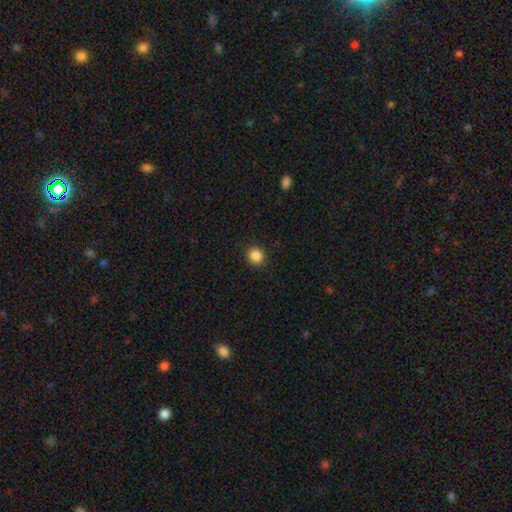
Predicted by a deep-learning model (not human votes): A smooth galaxy with no disk features (87%) that is round (88%). Merging: none (91%).